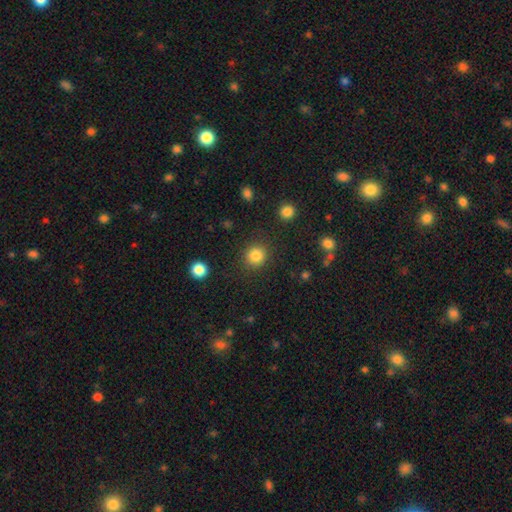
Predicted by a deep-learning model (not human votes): Smooth or featured: smooth — 85% (star or artifact — 11%)
How rounded: round — 92% (in between — 8%)
Merging: none — 89% (minor disturbance — 6%)